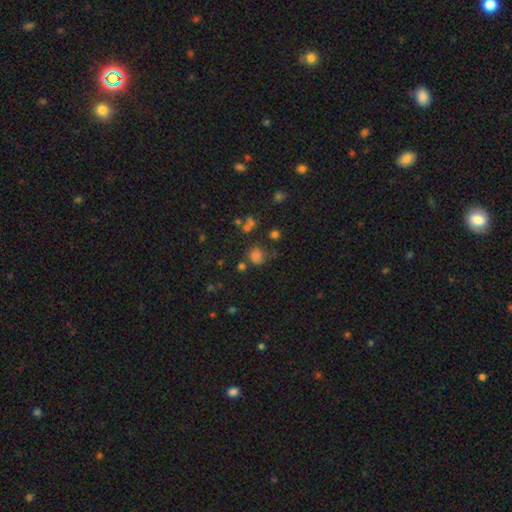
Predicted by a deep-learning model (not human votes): smooth_or_featured: smooth (p=0.71) [alt: star or artifact p=0.21]
how_rounded: round (p=0.83) [alt: in between p=0.16]
merging: none (p=0.69) [alt: minor disturbance p=0.16]